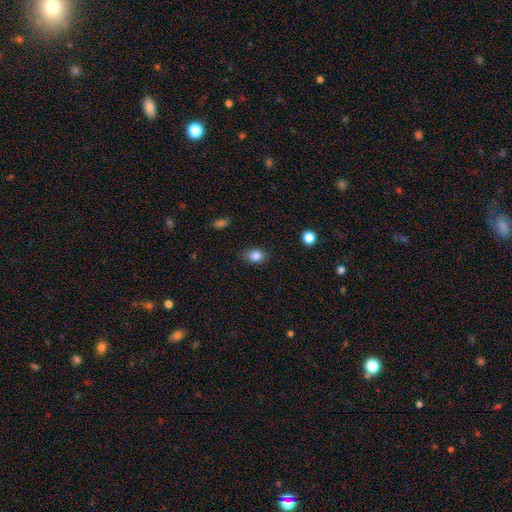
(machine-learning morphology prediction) type=smooth (84%); roundness=in between (70%); merging=none (82%).